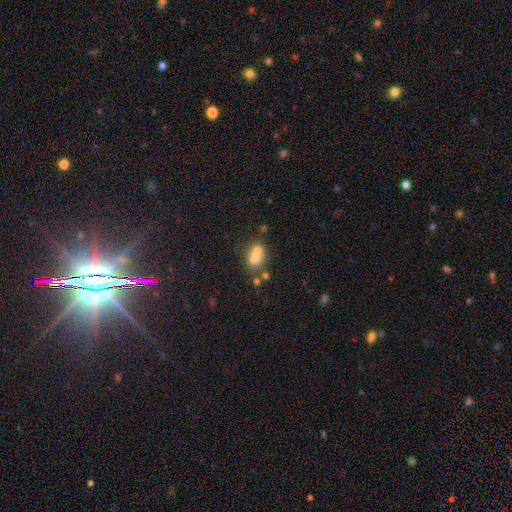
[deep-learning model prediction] A smooth galaxy with no disk features (65%) that is in between round and cigar-shaped (67%).

Vote fractions:
- Smooth or featured? smooth: 65% / featured or disk: 22% / star or artifact: 13%
- How rounded? in between: 67% / round: 30% / cigar-shaped: 3%
- Merging? merger: 45% / none: 37% / minor disturbance: 12% / major disturbance: 6%